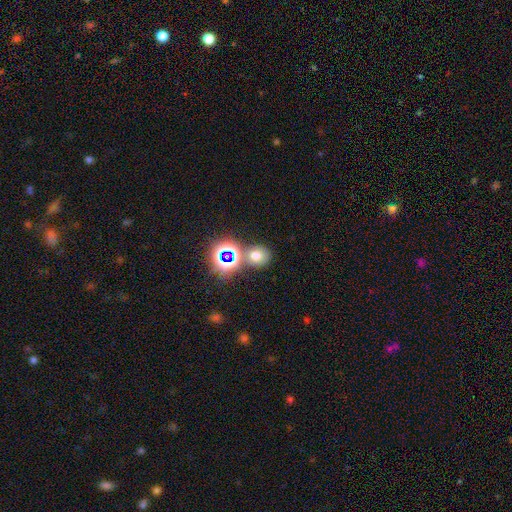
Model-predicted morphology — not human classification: Smooth or featured: smooth — 60% (star or artifact — 28%)
How rounded: round — 71% (in between — 28%)
Merging: none — 64% (merger — 20%)